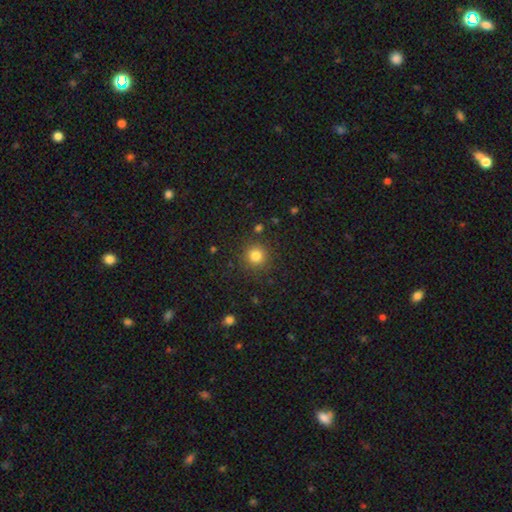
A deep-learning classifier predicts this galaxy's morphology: This is clearly a smooth galaxy (82%). How rounded: clearly round (94%). Merging: clearly none (88%).